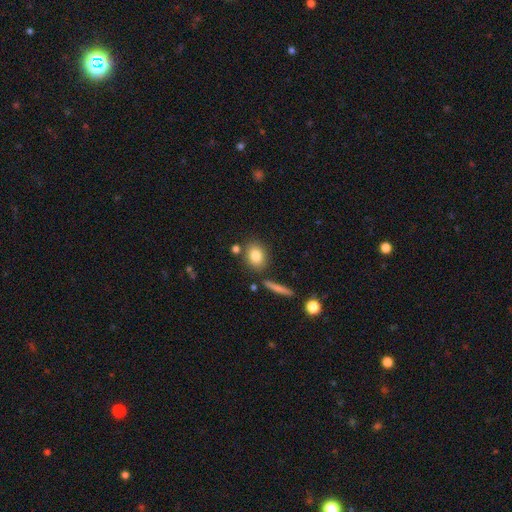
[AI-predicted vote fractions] Smooth or featured: smooth — 81% (featured or disk — 10%)
How rounded: in between — 52% (round — 44%)
Merging: none — 77% (minor disturbance — 11%)